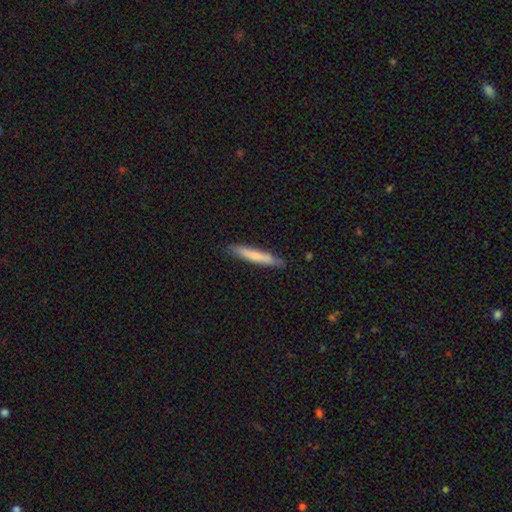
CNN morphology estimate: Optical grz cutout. It shows a smooth galaxy with no disk features (72%) that is cigar-shaped (94%). Merging: none (87%).